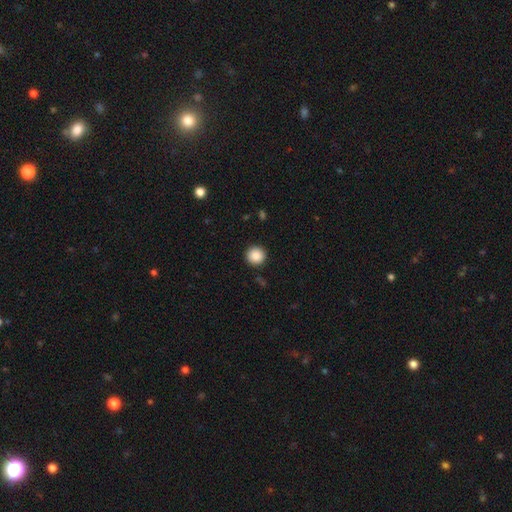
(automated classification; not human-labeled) smooth 89%, star or artifact 9%, featured or disk 3%. Down the decision tree: how rounded — round (95%); merging — none (92%).